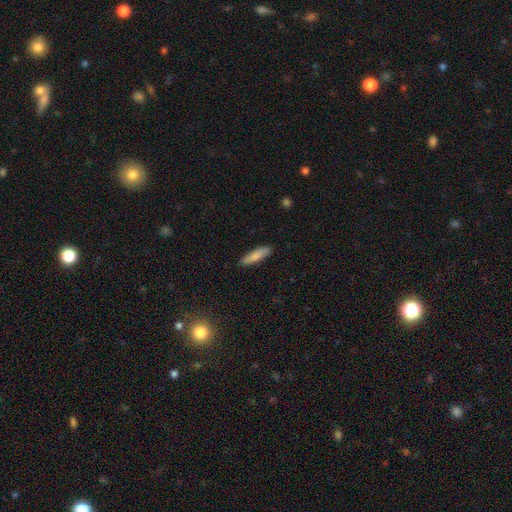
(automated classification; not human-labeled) Overall: smooth (82%). How rounded: cigar-shaped (75%). Merging: none (88%).